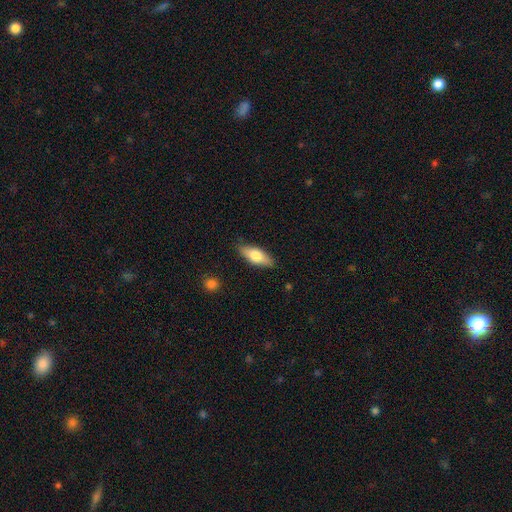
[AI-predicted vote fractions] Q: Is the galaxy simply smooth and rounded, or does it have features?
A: smooth — 67%.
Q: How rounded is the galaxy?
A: in between — 73%.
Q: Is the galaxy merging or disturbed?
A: none — 84%.